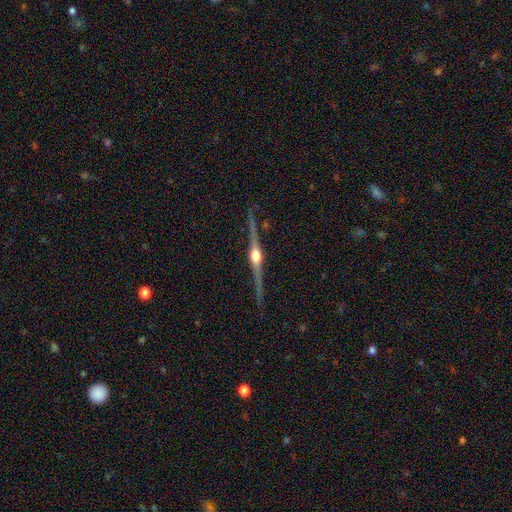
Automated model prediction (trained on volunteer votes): The model was most divided on "merging": none: 88%, minor disturbance: 9%, major disturbance: 2%, merger: 1%. More confident: edge-on disk — yes (98%); edge-on bulge — rounded (94%); smooth or featured — featured or disk (88%).